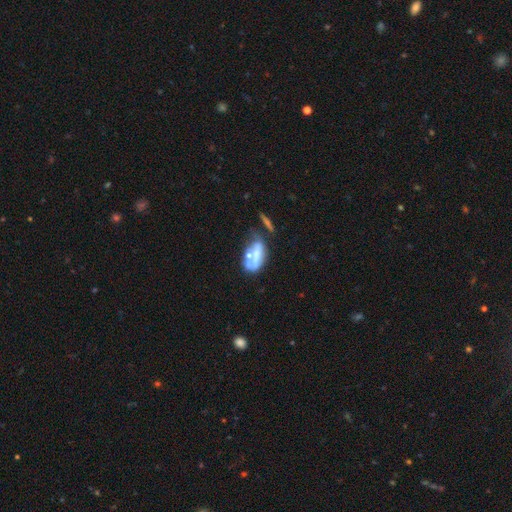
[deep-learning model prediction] A smooth galaxy with no disk features (46%).

Vote fractions:
- Smooth or featured? smooth: 46% / featured or disk: 44% / star or artifact: 10%
- Merging? merger: 28% / none: 25% / major disturbance: 25% / minor disturbance: 22%